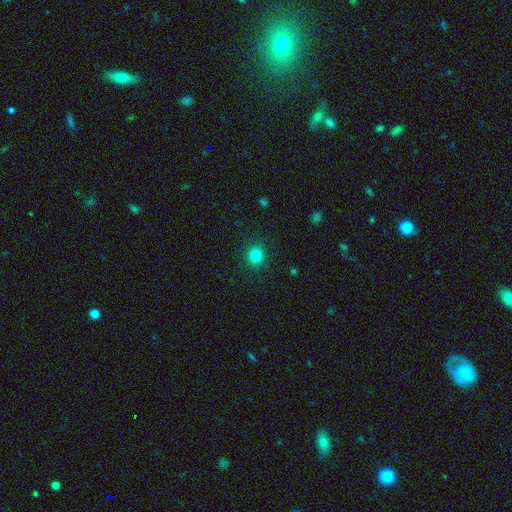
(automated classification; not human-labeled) This is clearly a smooth galaxy (82%). How rounded: clearly round (90%). Merging: clearly none (91%).